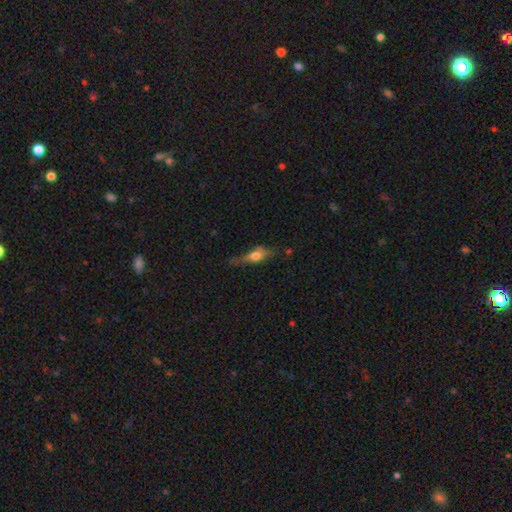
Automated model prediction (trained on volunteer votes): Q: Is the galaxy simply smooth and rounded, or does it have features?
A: smooth — 49%.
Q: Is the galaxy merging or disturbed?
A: none — 54%.